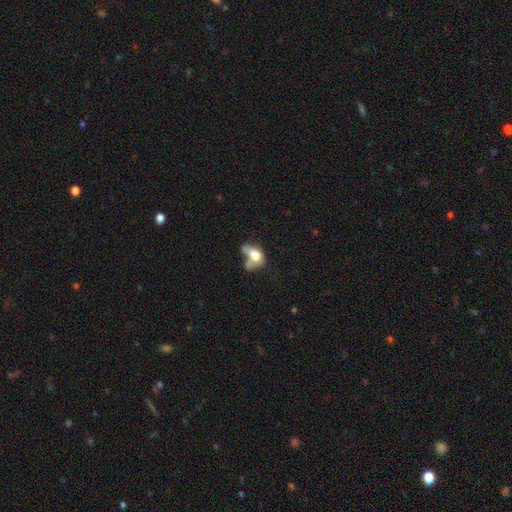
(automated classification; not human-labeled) Smooth or featured? Predicted: smooth (p=0.64). How rounded? Predicted: in between (p=0.77). Merging? Predicted: merger (p=0.36).